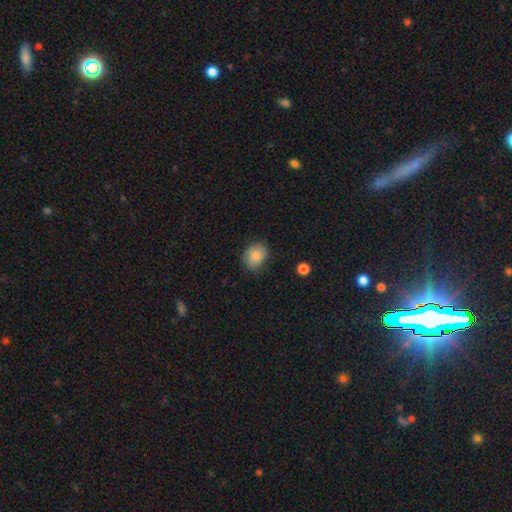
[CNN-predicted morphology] Smooth or featured?
  - smooth: 84% *
  - featured or disk: 8%
  - star or artifact: 8%
How rounded?
  - in between: 50% *
  - round: 49%
  - cigar-shaped: 1%
Merging?
  - none: 73% *
  - minor disturbance: 21%
  - major disturbance: 4%
  - merger: 1%